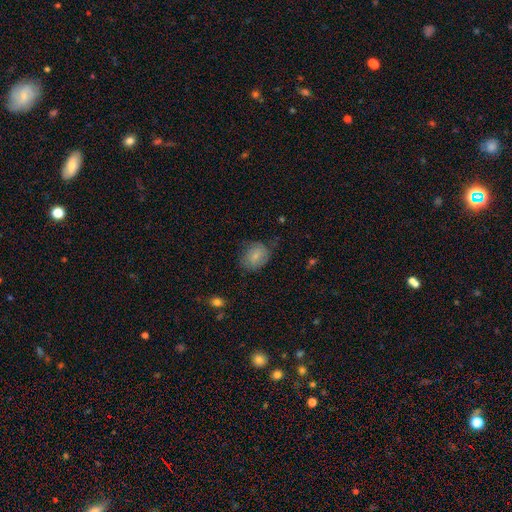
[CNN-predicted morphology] Q: Smooth or featured?
A: smooth (72%); runner-up: featured or disk (21%)
Q: How rounded?
A: in between (59%); runner-up: round (40%)
Q: Merging?
A: none (57%); runner-up: minor disturbance (30%)